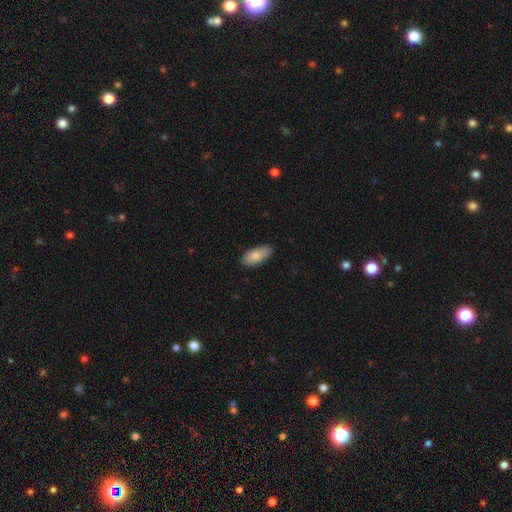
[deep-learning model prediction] Overall: smooth (87%). How rounded: in between (87%). Merging: none (86%).